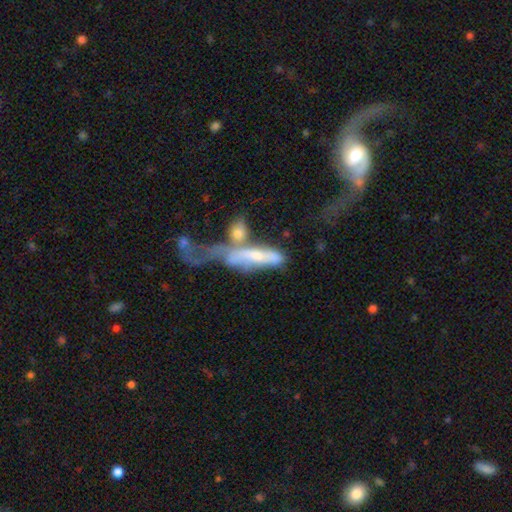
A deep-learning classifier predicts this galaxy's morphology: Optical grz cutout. It shows a featured or disk galaxy (49%). Merging: merger (54%).